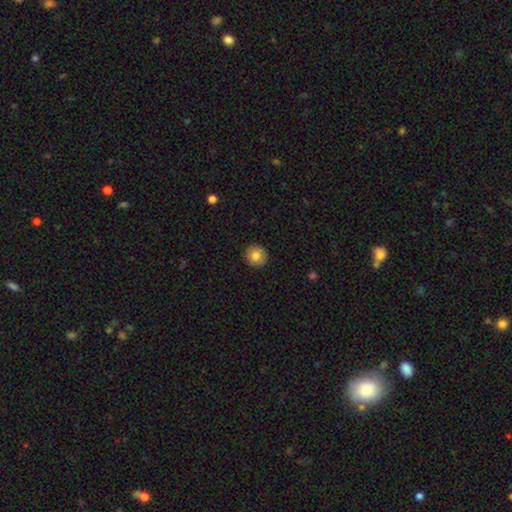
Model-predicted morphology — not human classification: Smooth or featured? smooth (83%)
How rounded? round (92%)
Merging? none (91%)